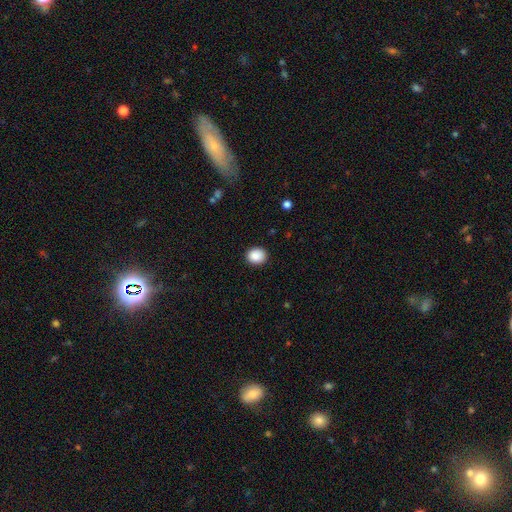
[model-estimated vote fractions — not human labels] smooth_or_featured: smooth (p=0.89) [alt: star or artifact p=0.08]
how_rounded: round (p=0.62) [alt: in between p=0.37]
merging: none (p=0.89) [alt: minor disturbance p=0.08]